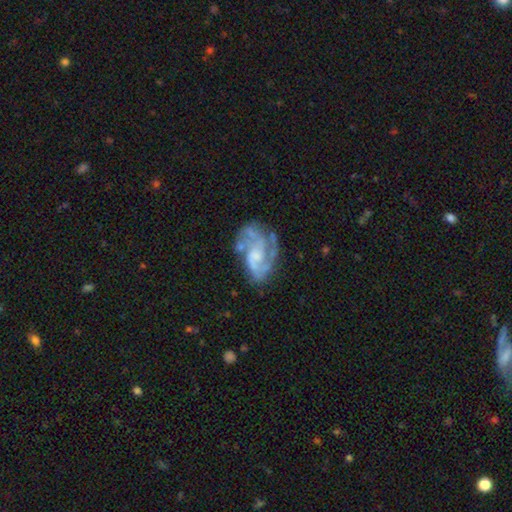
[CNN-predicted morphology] The model was most divided on "bulge size": moderate: 35%, small: 31%, none: 25%, large: 7%, dominant: 1%. Remaining: edge-on disk — no (97%); spiral arms — yes (94%); smooth or featured — featured or disk (84%); merging — none (61%); bar — no (57%); spiral winding — medium (47%); spiral arm count — 2 (37%).